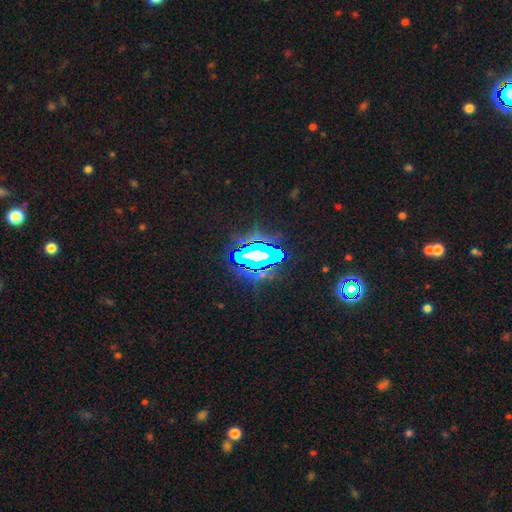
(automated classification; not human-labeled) smooth_or_featured: star or artifact (p=0.65) [alt: featured or disk p=0.19]